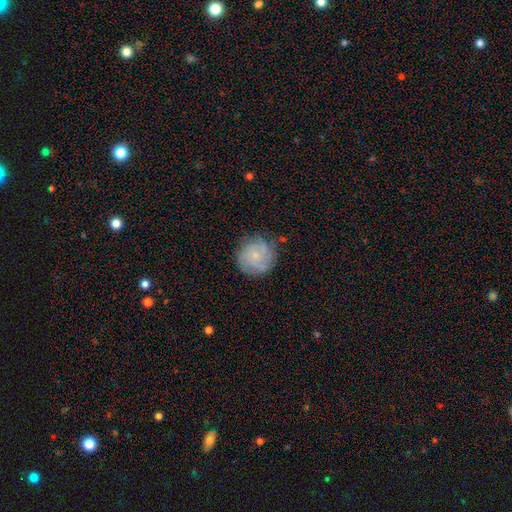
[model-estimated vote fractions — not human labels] Morphology: type=featured or disk (47%); merging=none (77%).